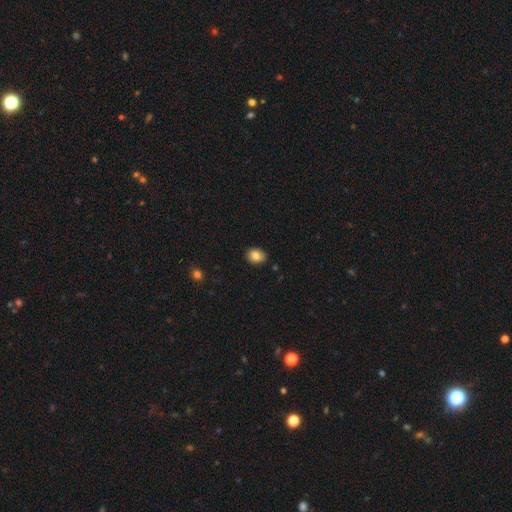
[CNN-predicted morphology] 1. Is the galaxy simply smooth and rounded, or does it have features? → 83% smooth, 9% featured or disk, 8% star or artifact.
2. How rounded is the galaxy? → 60% in between, 39% round, 1% cigar-shaped.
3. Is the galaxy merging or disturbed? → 87% none, 10% minor disturbance, 2% major disturbance, 1% merger.